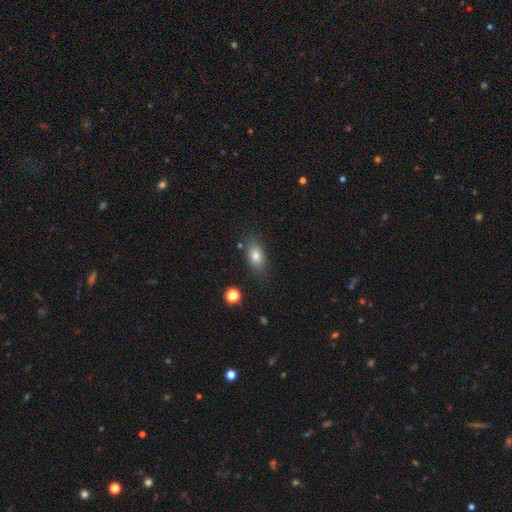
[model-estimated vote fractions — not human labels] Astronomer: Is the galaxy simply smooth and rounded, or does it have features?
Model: smooth — 76%.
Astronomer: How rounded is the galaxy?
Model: in between — 79%.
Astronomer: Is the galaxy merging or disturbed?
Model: none — 81%.